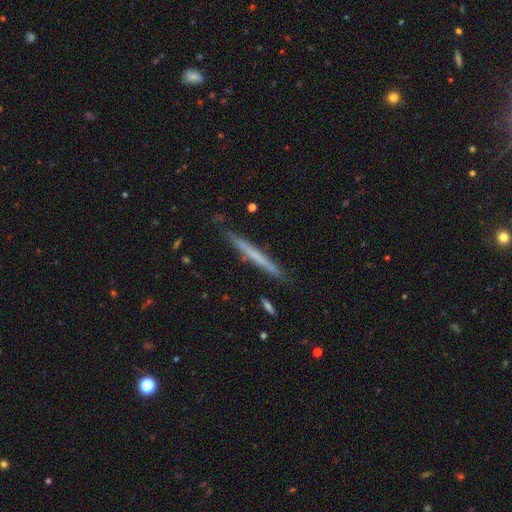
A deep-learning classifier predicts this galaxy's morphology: Smooth or featured? featured or disk (49%)
Merging? none (87%)